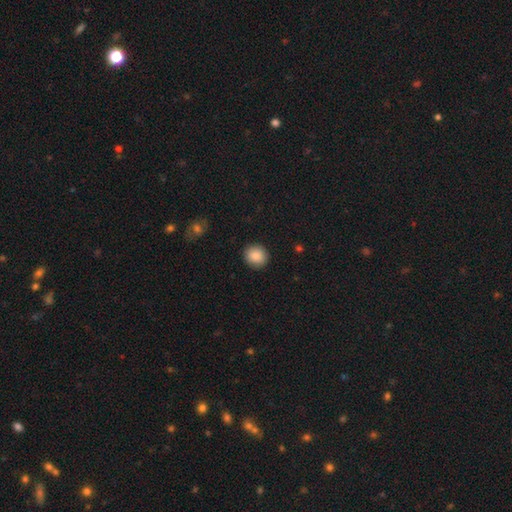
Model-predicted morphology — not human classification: This appears to be a smooth galaxy with no disk features (88%) that is round (87%). Merging: none (91%).